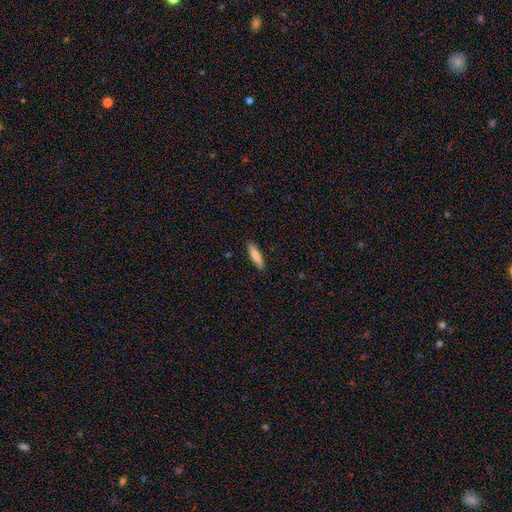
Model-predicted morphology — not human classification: Smooth or featured? smooth (82%)
How rounded? cigar-shaped (74%)
Merging? none (90%)